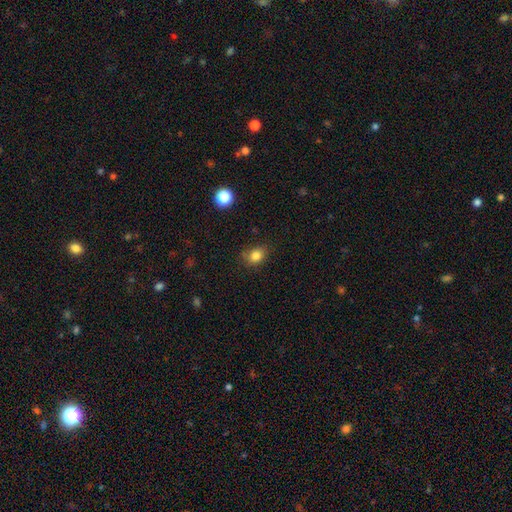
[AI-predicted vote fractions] A smooth galaxy with no disk features (82%) that is in between round and cigar-shaped (51%). Merging: none (72%).